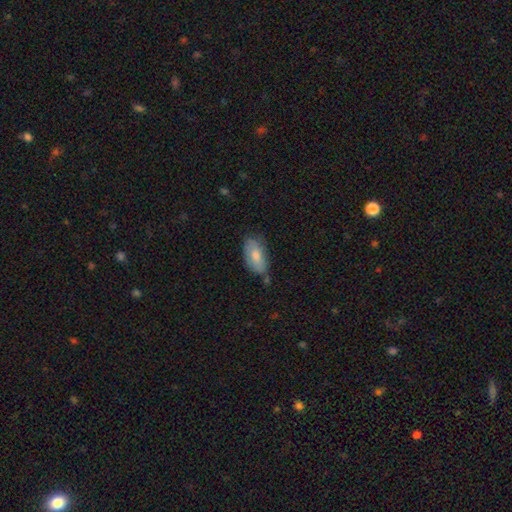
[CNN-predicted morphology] This is likely a smooth galaxy (74%). How rounded: clearly in between (91%). Merging: possibly none (59%).